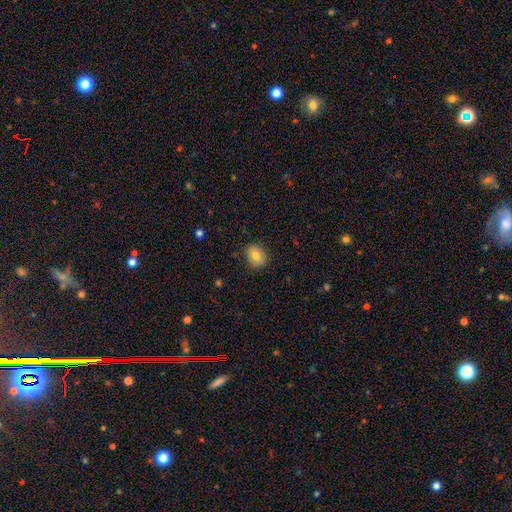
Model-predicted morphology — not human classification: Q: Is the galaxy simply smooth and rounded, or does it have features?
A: smooth — 78%.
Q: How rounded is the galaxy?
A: round — 57%.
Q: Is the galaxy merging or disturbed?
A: none — 85%.